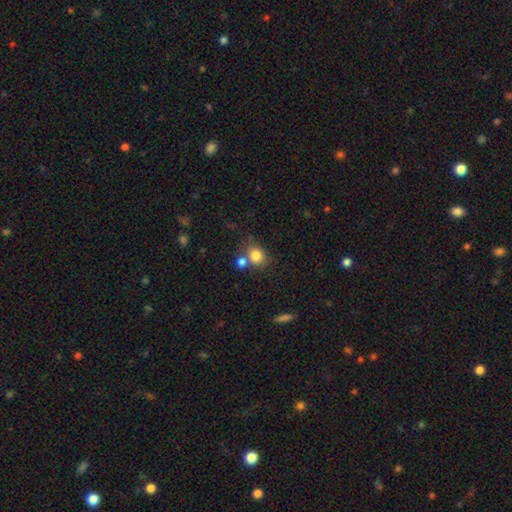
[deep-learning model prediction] Smooth or featured: smooth — 82% (star or artifact — 11%)
How rounded: round — 76% (in between — 23%)
Merging: none — 57% (merger — 27%)